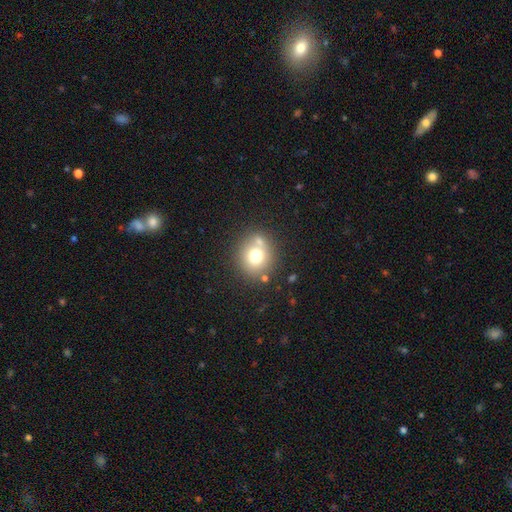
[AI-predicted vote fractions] This is likely a smooth galaxy (70%). How rounded: clearly round (81%). Merging: likely none (68%).